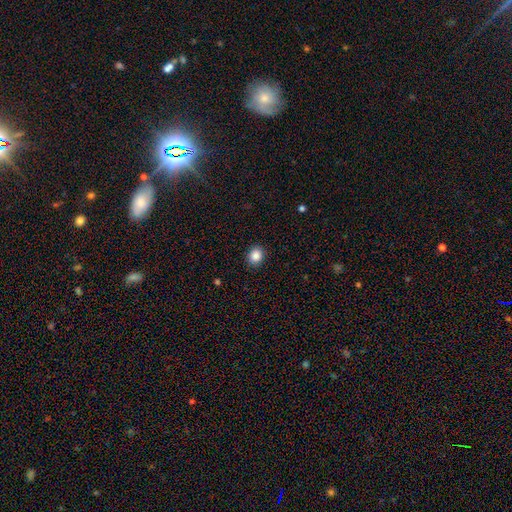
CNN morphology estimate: type=smooth (87%); roundness=round (66%); merging=none (90%).